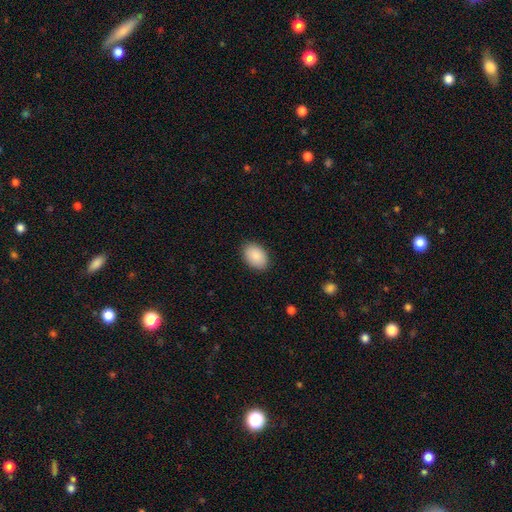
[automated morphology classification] Smooth or featured?
  - smooth: 90% *
  - star or artifact: 6%
  - featured or disk: 4%
How rounded?
  - in between: 88% *
  - round: 10%
  - cigar-shaped: 1%
Merging?
  - none: 89% *
  - minor disturbance: 8%
  - major disturbance: 2%
  - merger: 1%